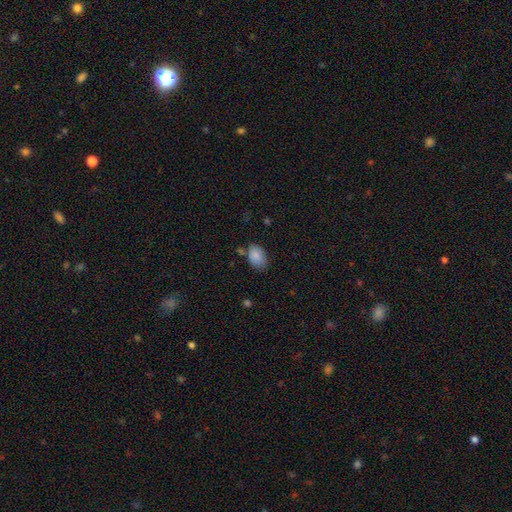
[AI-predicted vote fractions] smooth 86%, star or artifact 8%, featured or disk 6%. Down the decision tree: how rounded — in between (83%); merging — none (62%).